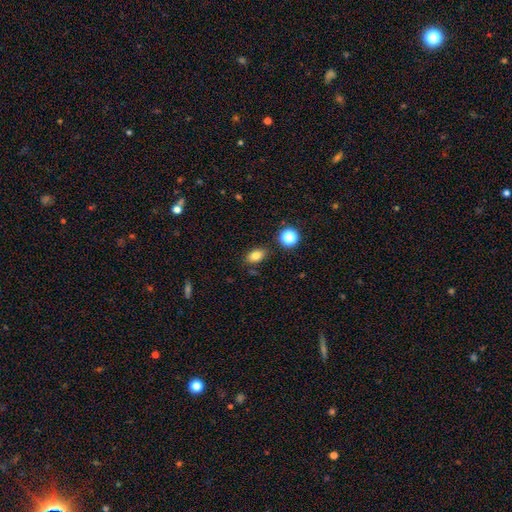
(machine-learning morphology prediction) This appears to be a smooth galaxy with no disk features (81%) that is in between round and cigar-shaped (82%). Merging: none (83%).